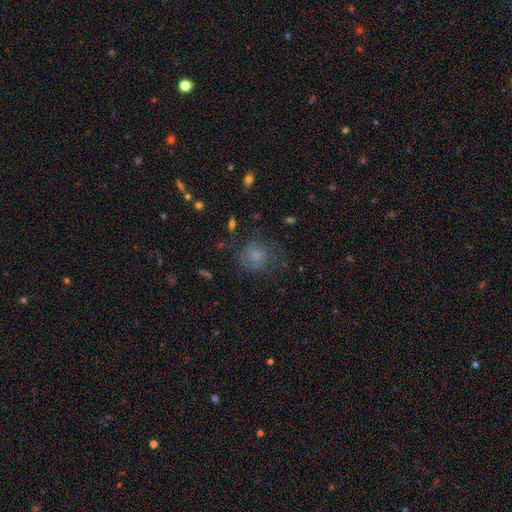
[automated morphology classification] type=smooth (59%); roundness=round (78%); merging=none (57%).